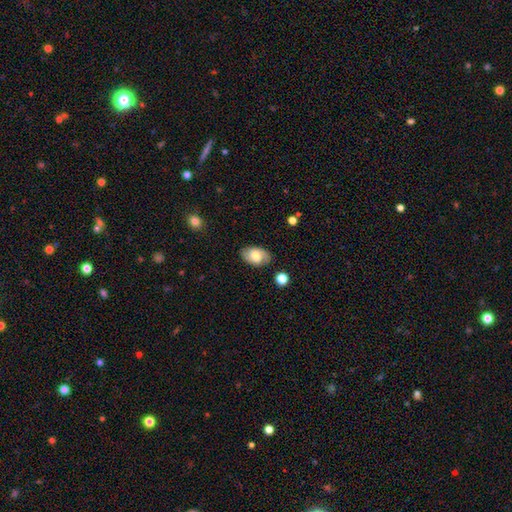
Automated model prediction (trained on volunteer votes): Smooth or featured? smooth (49%)
Merging? none (82%)